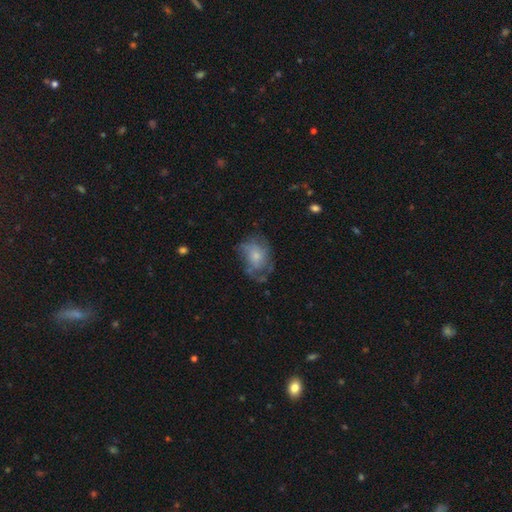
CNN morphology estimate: smooth 48%, featured or disk 43%, star or artifact 9%. Down the decision tree: merging — none (43%).